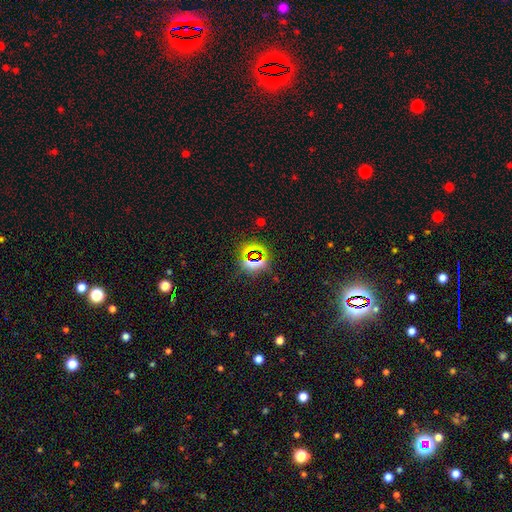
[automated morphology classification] star or artifact 63%, smooth 28%, featured or disk 9%.